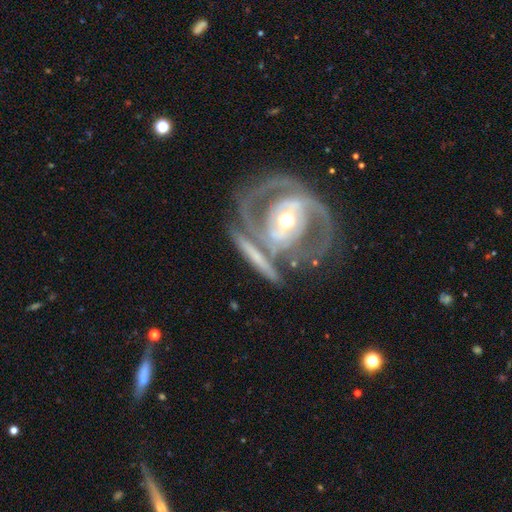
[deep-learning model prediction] featured or disk 77%, smooth 17%, star or artifact 5%. Down the decision tree: edge-on disk — no (79%); bar — no (38%); spiral arms — yes (81%); bulge size — moderate (68%); merging — none (52%).